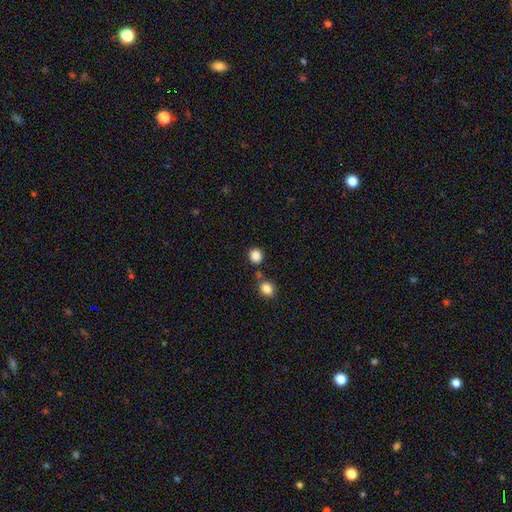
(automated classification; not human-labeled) Smooth or featured? smooth (86%)
How rounded? round (86%)
Merging? none (81%)